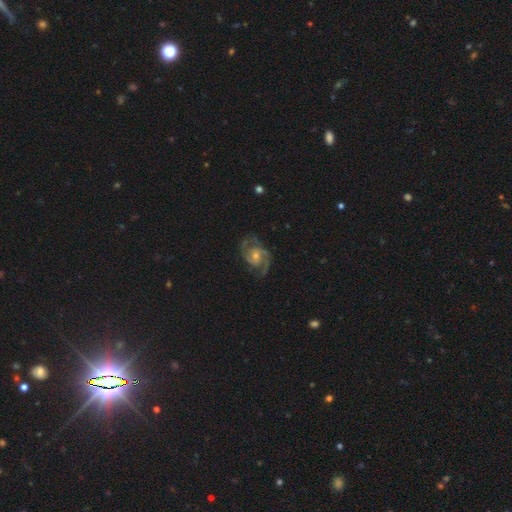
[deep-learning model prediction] This is clearly a featured or disk galaxy (88%). It is clearly not viewed edge-on (98%). Bar: possibly no (60%). Spiral arm pattern: clearly yes (98%). Spiral arm count: likely 2 (75%). Spiral winding: possibly medium (55%). Central bulge: possibly small (54%). Merging: likely none (76%).